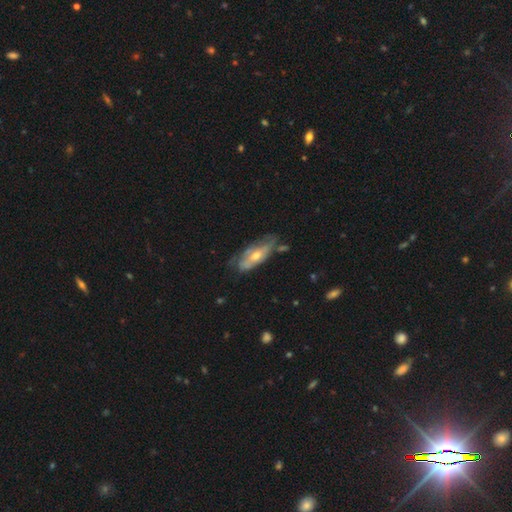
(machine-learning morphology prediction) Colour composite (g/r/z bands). It shows a featured or disk galaxy (59%). Merging: none (51%).